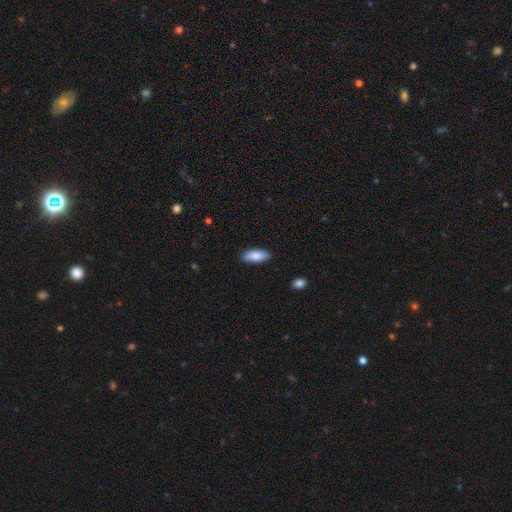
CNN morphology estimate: Overall: smooth (85%). How rounded: in between (82%). Merging: none (88%).